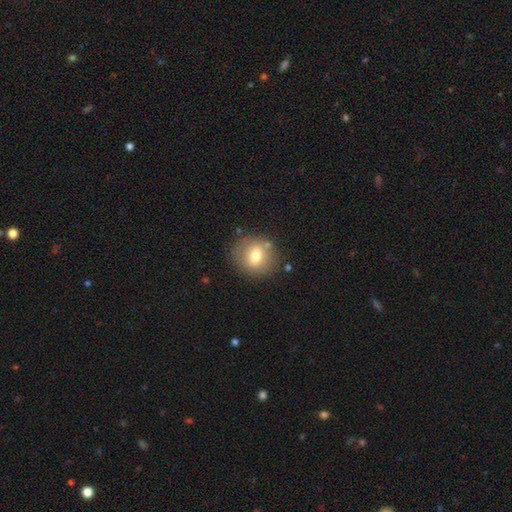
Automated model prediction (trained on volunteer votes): This is likely a smooth galaxy (72%). How rounded: clearly round (81%). Merging: clearly none (81%).